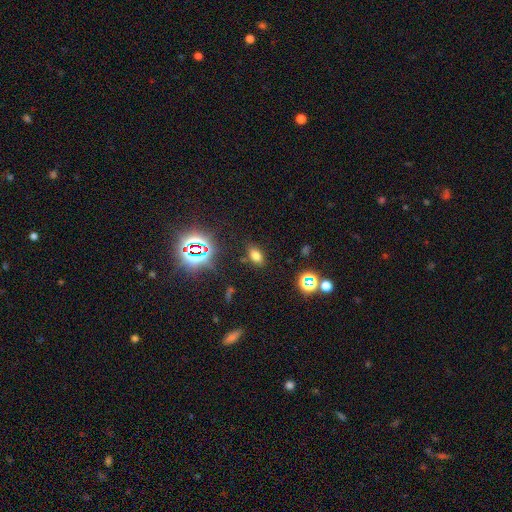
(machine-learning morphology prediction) type=smooth (67%); roundness=in between (85%); merging=none (83%).